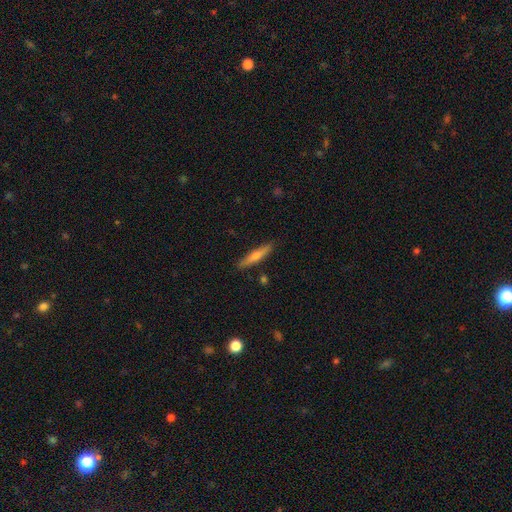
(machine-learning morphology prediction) Smooth or featured: smooth — 52% (featured or disk — 42%)
How rounded: cigar-shaped — 90% (in between — 8%)
Merging: none — 89% (minor disturbance — 8%)